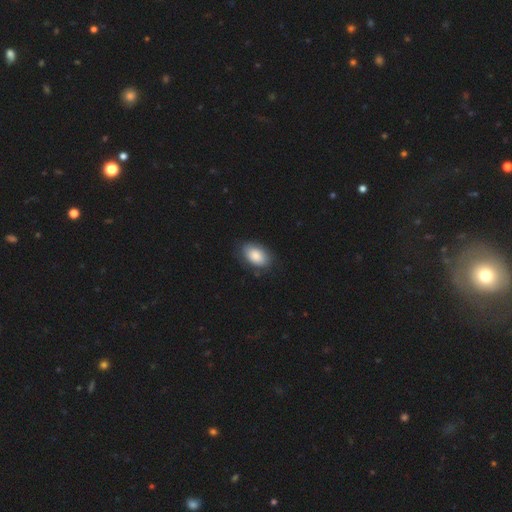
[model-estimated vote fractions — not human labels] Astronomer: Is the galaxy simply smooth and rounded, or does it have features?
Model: smooth — 85%.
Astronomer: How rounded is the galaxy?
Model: in between — 92%.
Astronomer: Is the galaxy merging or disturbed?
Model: none — 79%.